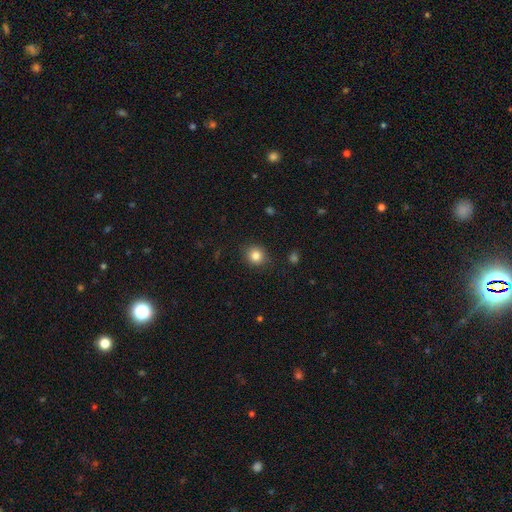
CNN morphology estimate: Smooth or featured? Predicted: smooth (p=0.83). How rounded? Predicted: round (p=0.85). Merging? Predicted: none (p=0.88).